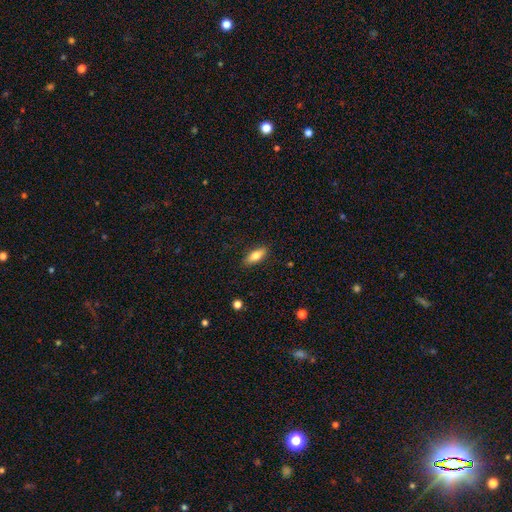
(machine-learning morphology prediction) Smooth or featured: smooth — 73% (featured or disk — 20%)
How rounded: in between — 69% (cigar-shaped — 28%)
Merging: none — 88% (minor disturbance — 9%)